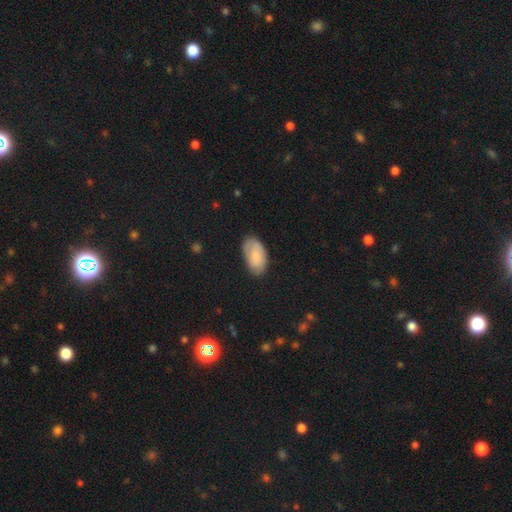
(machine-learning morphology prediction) A smooth galaxy with no disk features (77%) that is in between round and cigar-shaped (95%). Merging: none (74%).